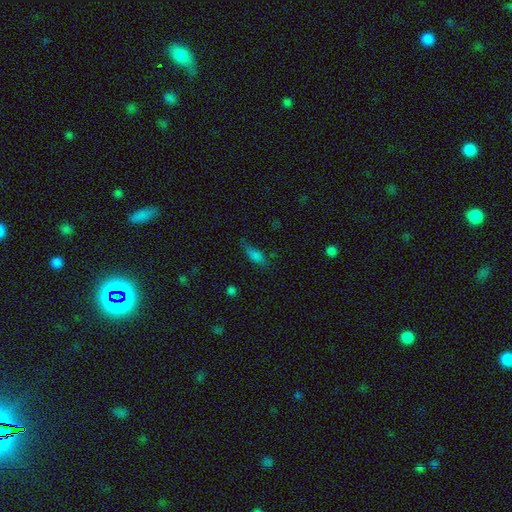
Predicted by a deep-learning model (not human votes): Morphology: type=smooth (75%); roundness=in between (72%); merging=none (44%).